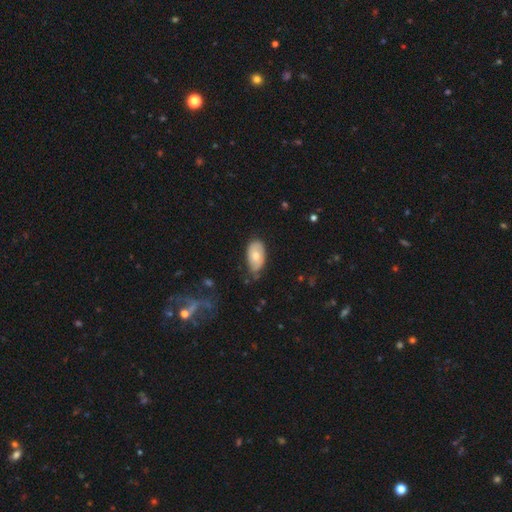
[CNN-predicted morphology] Overall: smooth (66%; featured or disk 28%). How rounded: in between (93%). Merging: none (57%; minor disturbance 35%).